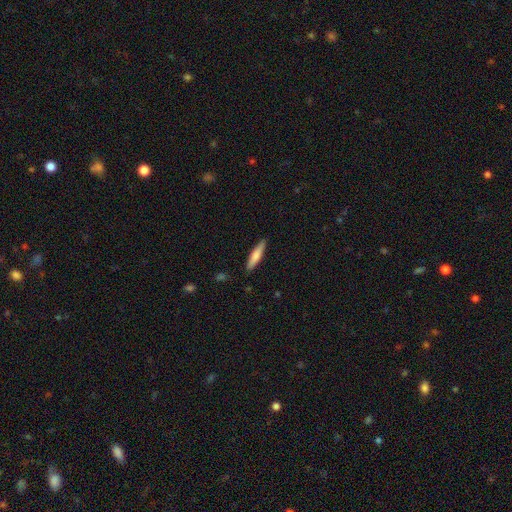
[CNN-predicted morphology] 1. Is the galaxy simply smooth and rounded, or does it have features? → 70% smooth, 24% featured or disk, 6% star or artifact.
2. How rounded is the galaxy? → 83% cigar-shaped, 15% in between, 1% round.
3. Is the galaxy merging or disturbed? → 88% none, 9% minor disturbance, 2% major disturbance, 1% merger.